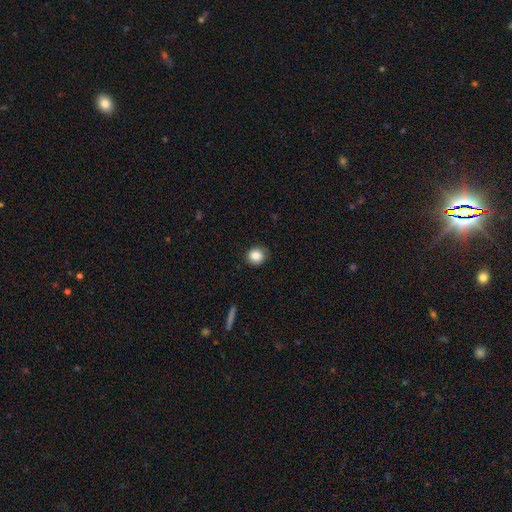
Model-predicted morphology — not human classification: This is clearly a smooth galaxy (86%). How rounded: clearly round (90%). Merging: clearly none (87%).